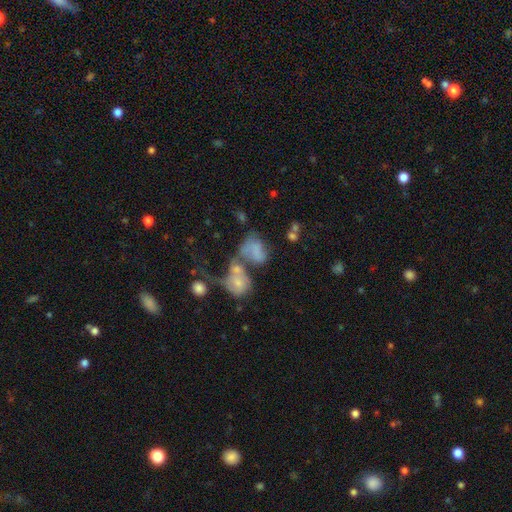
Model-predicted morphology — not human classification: Smooth or featured: featured or disk — 39% (smooth — 35%)
Merging: merger — 45% (none — 31%)